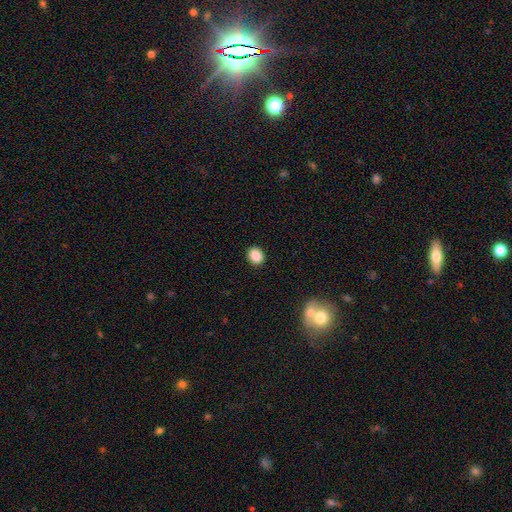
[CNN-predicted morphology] type=smooth (88%); roundness=round (59%); merging=none (90%).